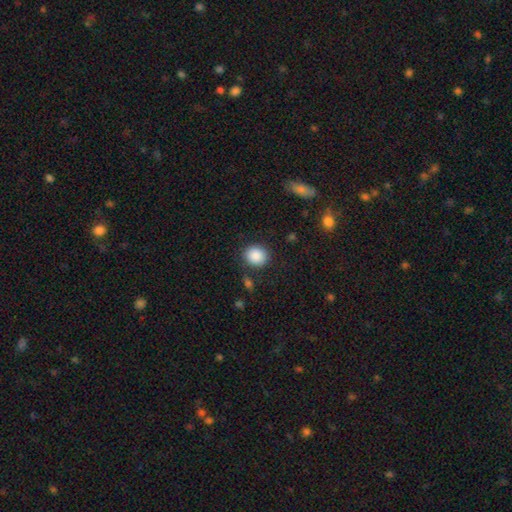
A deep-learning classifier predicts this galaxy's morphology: Q: Smooth or featured?
A: smooth (89%); runner-up: star or artifact (8%)
Q: How rounded?
A: round (79%); runner-up: in between (20%)
Q: Merging?
A: none (85%); runner-up: minor disturbance (9%)